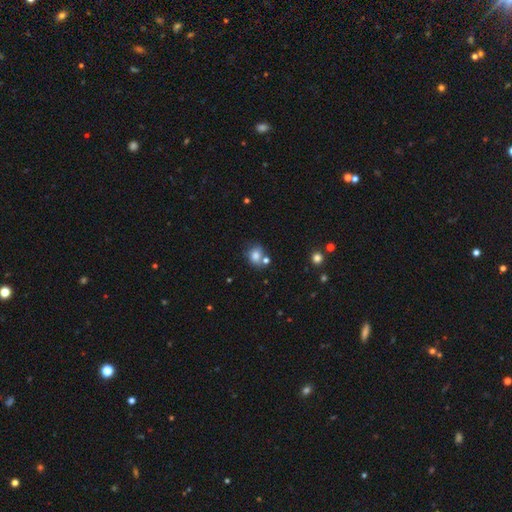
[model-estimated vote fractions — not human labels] The model was most divided on "how rounded": round: 59%, in between: 40%, cigar-shaped: 1%. More confident: smooth or featured — smooth (77%); merging — none (55%).